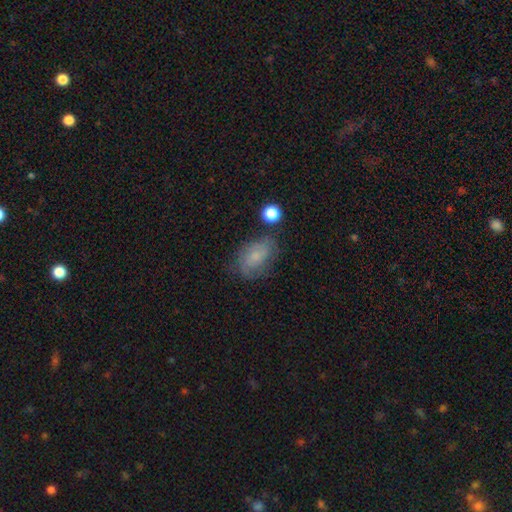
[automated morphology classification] Overall: smooth (53%; featured or disk 36%). How rounded: in between (82%). Merging: none (60%; minor disturbance 25%).